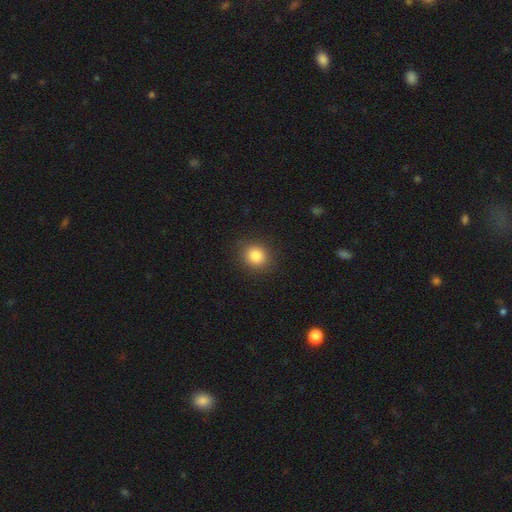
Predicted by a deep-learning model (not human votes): Smooth or featured? smooth (84%)
How rounded? round (79%)
Merging? none (89%)